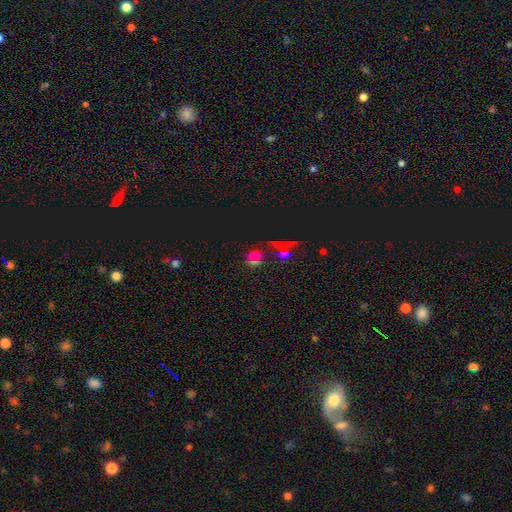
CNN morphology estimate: Overall: star or artifact (52%; smooth 37%).